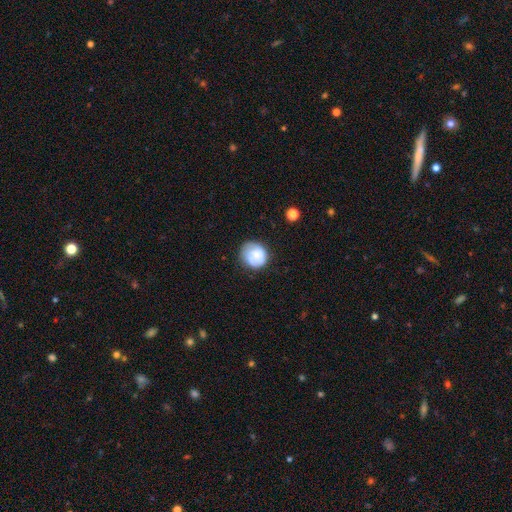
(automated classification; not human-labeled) A smooth galaxy with no disk features (63%) that is round (82%).

Vote fractions:
- Smooth or featured? smooth: 63% / featured or disk: 29% / star or artifact: 8%
- How rounded? round: 82% / in between: 17% / cigar-shaped: 1%
- Merging? none: 61% / minor disturbance: 23% / major disturbance: 9% / merger: 7%